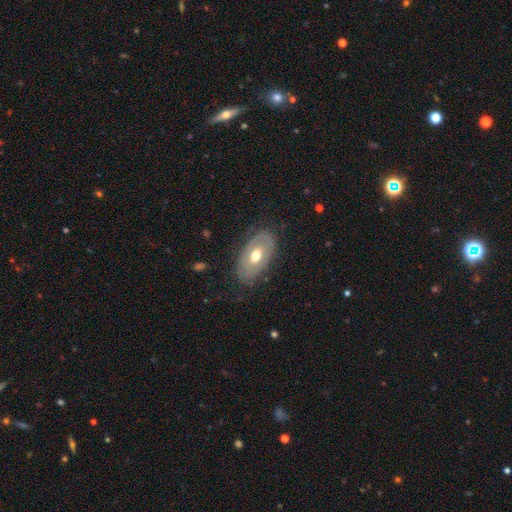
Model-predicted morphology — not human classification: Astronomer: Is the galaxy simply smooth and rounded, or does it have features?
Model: featured or disk — 56% (runner-up: smooth, 38%).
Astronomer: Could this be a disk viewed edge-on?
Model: no — 88%.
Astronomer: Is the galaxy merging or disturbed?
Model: none — 78%.